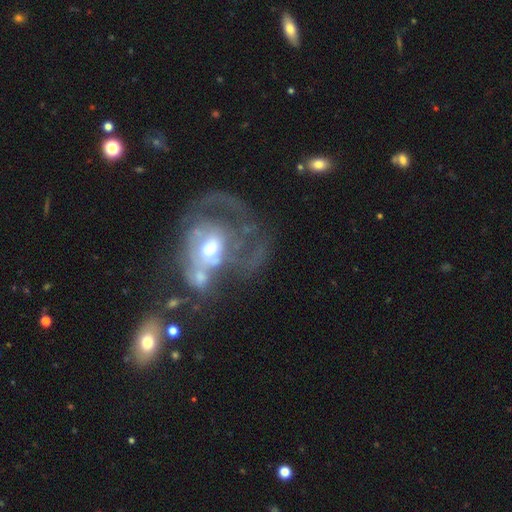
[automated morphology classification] A featured or disk galaxy (69%) with no bar (71%), spiral arms (55%) and a moderate central bulge (67%). Merging: major disturbance (38%).